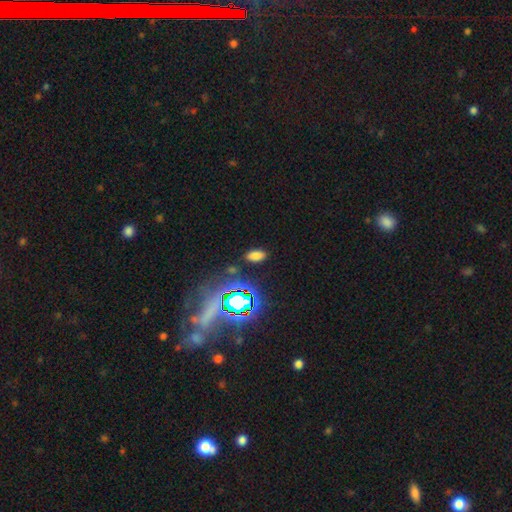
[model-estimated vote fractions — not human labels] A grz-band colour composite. It shows a smooth galaxy with no disk features (69%) that is in between round and cigar-shaped (90%). Merging: none (87%).